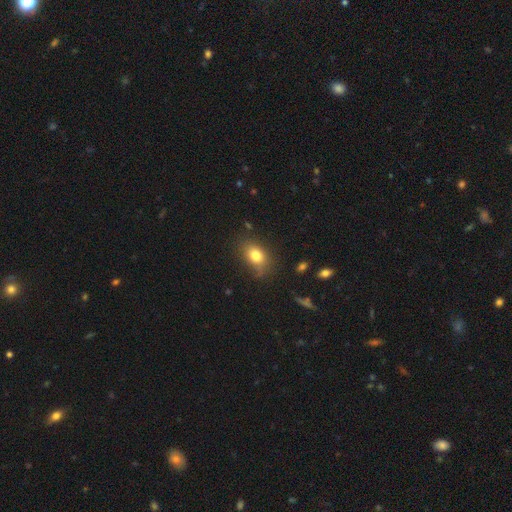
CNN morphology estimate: The model was most divided on "merging": none: 72%, minor disturbance: 20%, major disturbance: 6%, merger: 2%. More confident: smooth or featured — smooth (79%); how rounded — in between (76%).